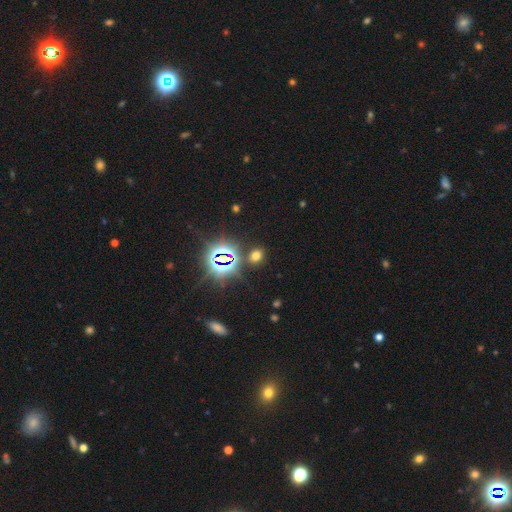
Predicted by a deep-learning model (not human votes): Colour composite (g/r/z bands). It shows a smooth galaxy with no disk features (53%) that is round (57%). Merging: none (85%).